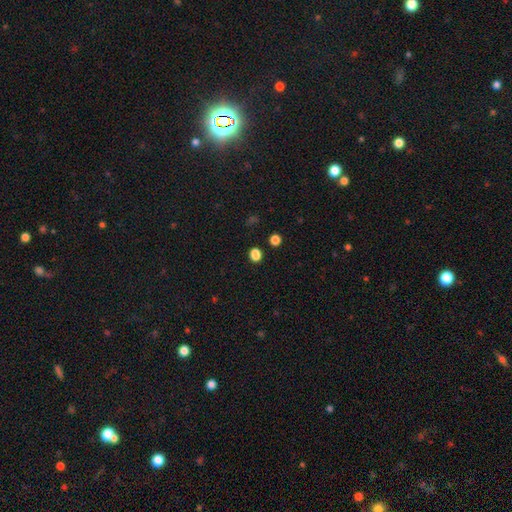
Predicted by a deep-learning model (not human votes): The model was most divided on "how rounded": round: 63%, in between: 36%, cigar-shaped: 1%. More confident: merging — none (88%); smooth or featured — smooth (81%).